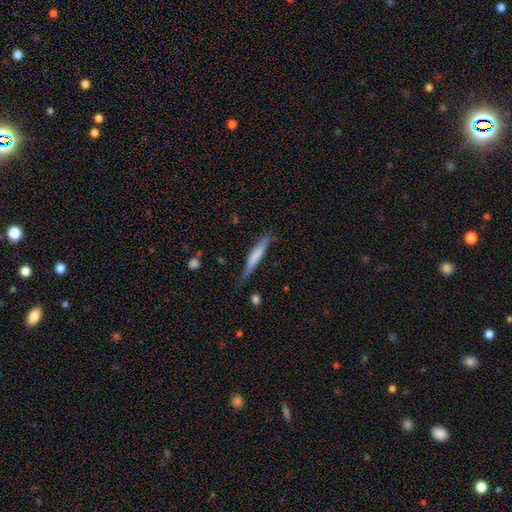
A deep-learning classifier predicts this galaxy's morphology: Overall: smooth (63%; featured or disk 31%). How rounded: cigar-shaped (91%). Merging: none (63%; minor disturbance 28%).